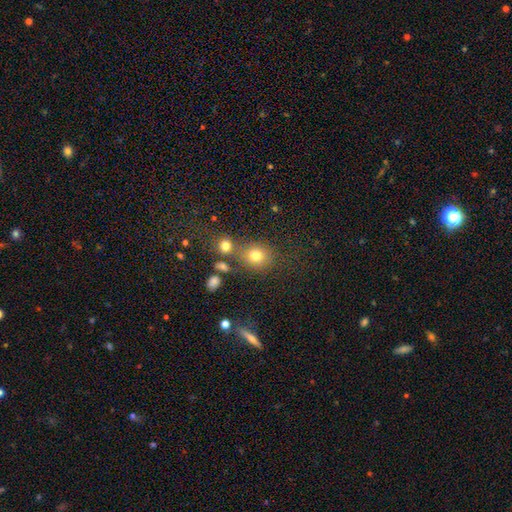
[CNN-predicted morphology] A smooth galaxy with no disk features (76%) that is round (76%). Merging: none (65%).